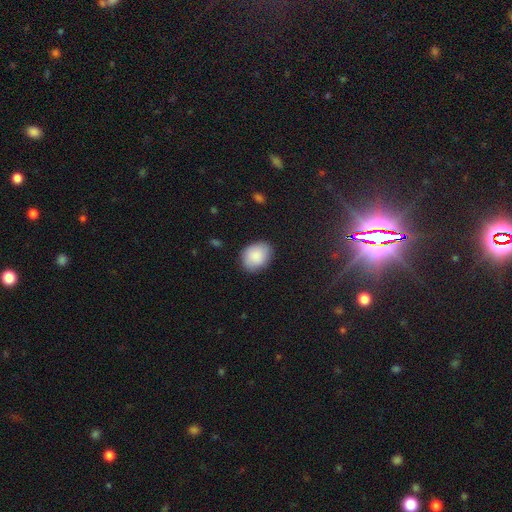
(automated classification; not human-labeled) smooth 87%, star or artifact 7%, featured or disk 6%. Down the decision tree: how rounded — in between (58%); merging — none (83%).